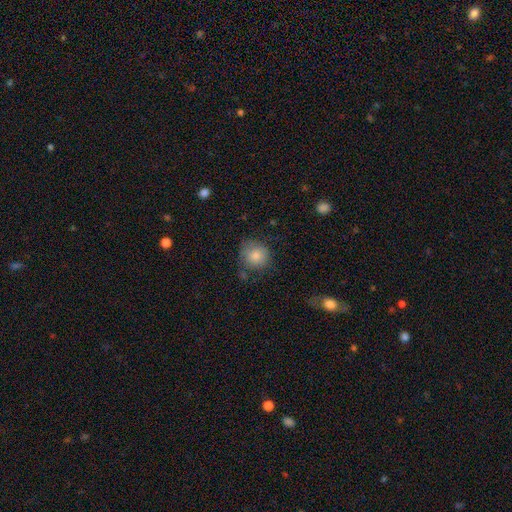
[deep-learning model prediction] Smooth or featured? Predicted: smooth (p=0.84). How rounded? Predicted: round (p=0.85). Merging? Predicted: none (p=0.65).